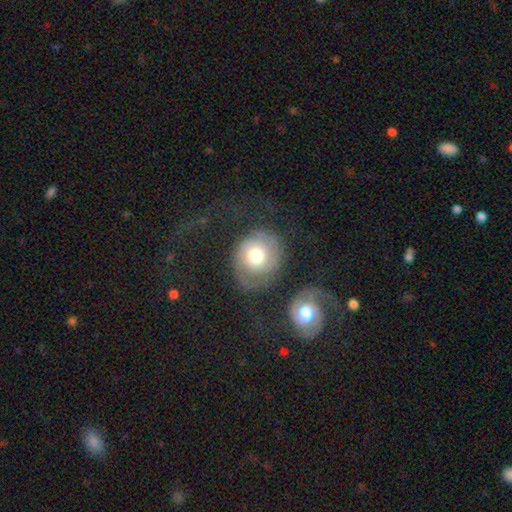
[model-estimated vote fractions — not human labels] This is possibly a featured or disk galaxy (56%). It is clearly not viewed edge-on (97%). Bar: clearly no (82%). Spiral arm pattern: likely yes (79%). Central bulge: possibly moderate (55%). Merging: possibly none (57%).